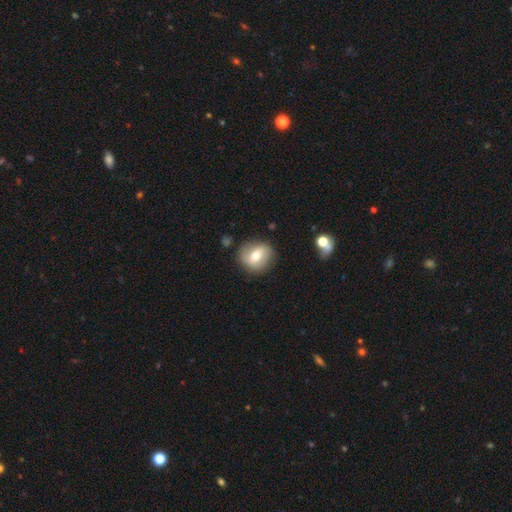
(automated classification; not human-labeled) A smooth galaxy with no disk features (54%) that is round (78%).

Vote fractions:
- Smooth or featured? smooth: 54% / featured or disk: 38% / star or artifact: 8%
- How rounded? round: 78% / in between: 21% / cigar-shaped: 1%
- Merging? none: 81% / minor disturbance: 13% / major disturbance: 4% / merger: 2%